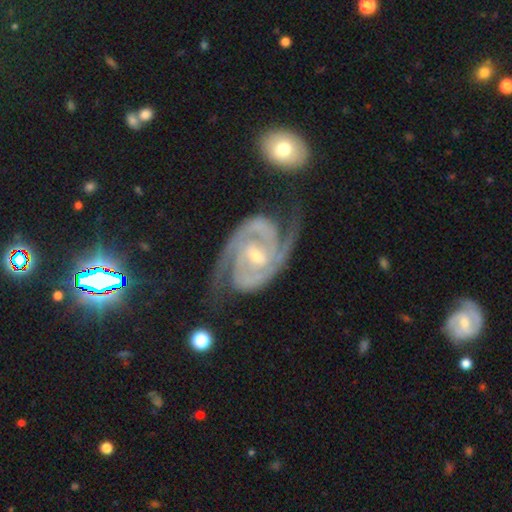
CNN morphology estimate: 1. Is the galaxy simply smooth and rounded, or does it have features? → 93% featured or disk, 4% star or artifact, 3% smooth.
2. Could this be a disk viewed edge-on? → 97% no, 3% yes.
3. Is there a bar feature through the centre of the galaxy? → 45% weak, 28% no, 26% strong.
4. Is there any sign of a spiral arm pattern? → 99% yes, 1% no.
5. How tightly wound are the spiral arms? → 51% tight, 43% medium, 7% loose.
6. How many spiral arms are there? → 87% 2, 5% 3, 3% can't tell, 2% 4, 2% 1, 1% more than 4.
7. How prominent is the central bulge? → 55% small, 41% moderate, 2% large, 1% none, 1% dominant.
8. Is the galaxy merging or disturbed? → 71% none, 18% minor disturbance, 8% major disturbance, 4% merger.